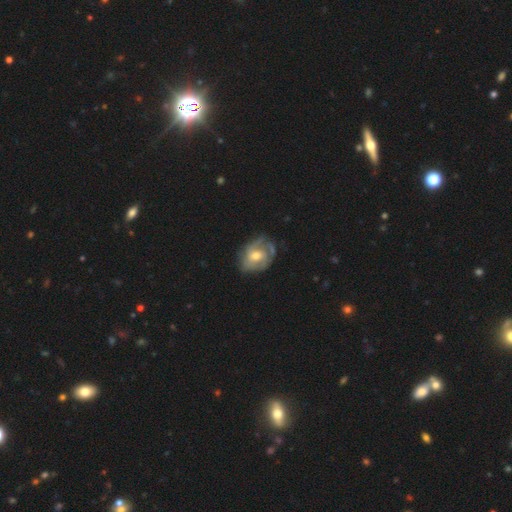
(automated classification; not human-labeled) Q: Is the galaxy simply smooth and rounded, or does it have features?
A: featured or disk — 63%.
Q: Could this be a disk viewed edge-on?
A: no — 96%.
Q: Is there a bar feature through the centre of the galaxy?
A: no — 67%.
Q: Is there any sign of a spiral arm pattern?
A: yes — 68%.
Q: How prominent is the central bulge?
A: moderate — 63%.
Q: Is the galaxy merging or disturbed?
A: none — 55%.